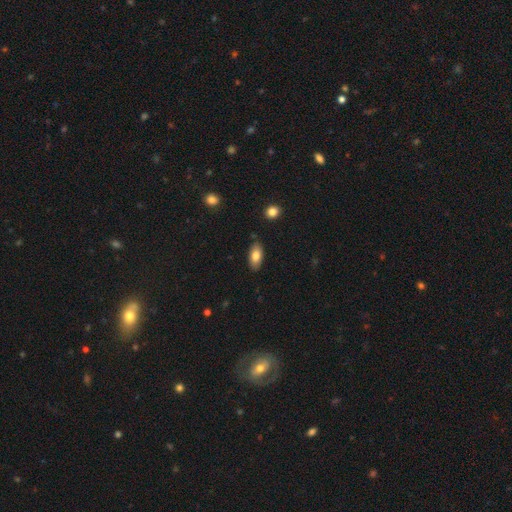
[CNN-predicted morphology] Smooth or featured: smooth — 80% (featured or disk — 13%)
How rounded: in between — 90% (cigar-shaped — 7%)
Merging: none — 83% (minor disturbance — 12%)